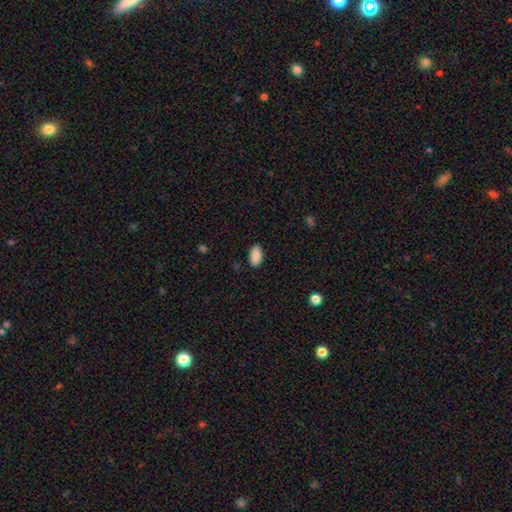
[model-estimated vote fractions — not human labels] A smooth galaxy with no disk features (89%) that is in between round and cigar-shaped (94%). Merging: none (87%).